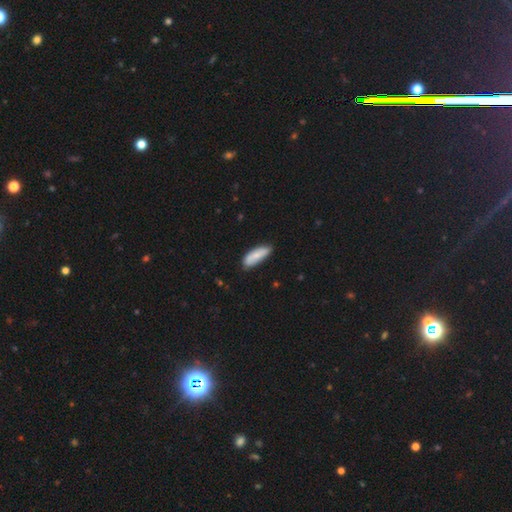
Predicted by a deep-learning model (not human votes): smooth_or_featured: smooth (p=0.77) [alt: featured or disk p=0.17]
how_rounded: in between (p=0.61) [alt: cigar-shaped p=0.37]
merging: none (p=0.74) [alt: minor disturbance p=0.20]